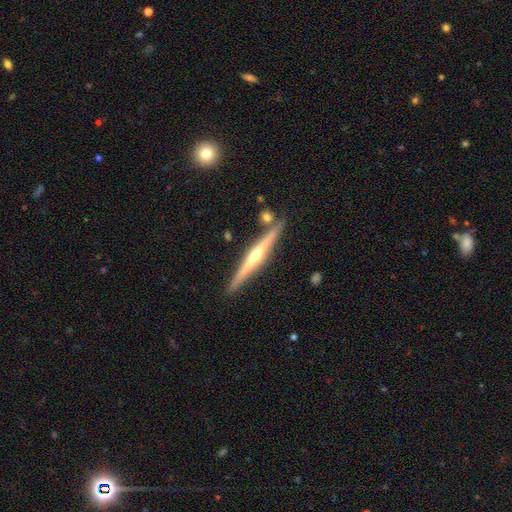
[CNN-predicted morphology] Smooth or featured?
  - featured or disk: 78% *
  - smooth: 16%
  - star or artifact: 6%
Edge-on disk?
  - yes: 98% *
  - no: 2%
Edge-on bulge?
  - rounded: 89% *
  - none: 8%
  - boxy: 3%
Merging?
  - none: 87% *
  - minor disturbance: 8%
  - merger: 4%
  - major disturbance: 2%